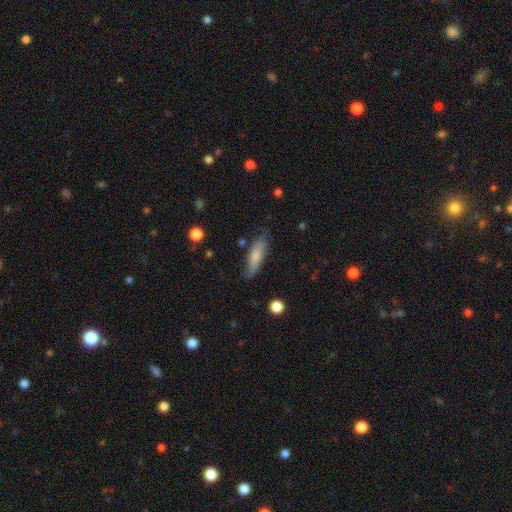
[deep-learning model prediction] A smooth galaxy with no disk features (74%) that is cigar-shaped (54%).

Vote fractions:
- Smooth or featured? smooth: 74% / featured or disk: 20% / star or artifact: 6%
- How rounded? cigar-shaped: 54% / in between: 44% / round: 2%
- Merging? none: 73% / minor disturbance: 21% / major disturbance: 4% / merger: 2%